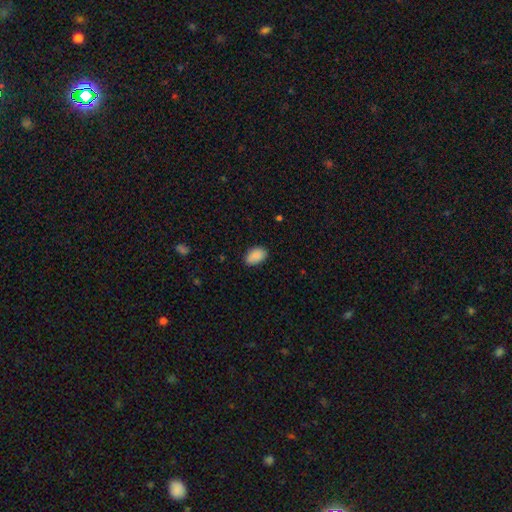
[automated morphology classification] Q: Smooth or featured?
A: smooth (89%); runner-up: star or artifact (7%)
Q: How rounded?
A: in between (91%); runner-up: round (7%)
Q: Merging?
A: none (81%); runner-up: minor disturbance (15%)